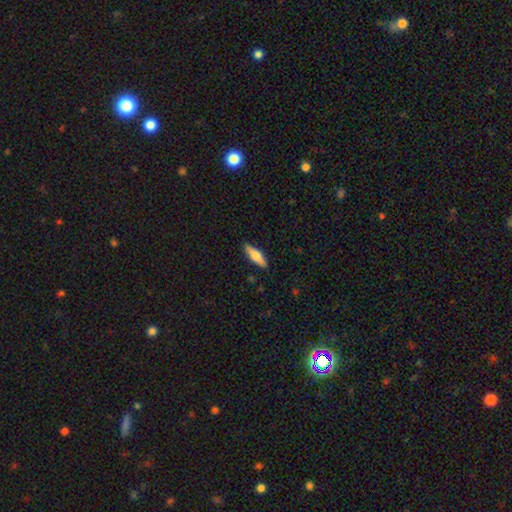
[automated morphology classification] Q: Smooth or featured?
A: smooth (57%); runner-up: featured or disk (37%)
Q: How rounded?
A: cigar-shaped (56%); runner-up: in between (41%)
Q: Merging?
A: none (88%); runner-up: minor disturbance (9%)